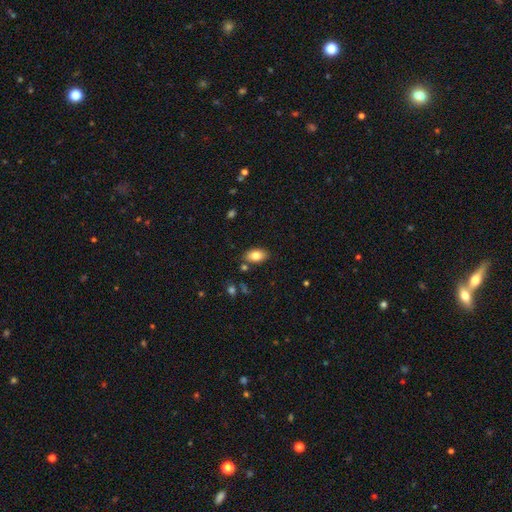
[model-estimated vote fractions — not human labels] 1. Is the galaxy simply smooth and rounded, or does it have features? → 80% smooth, 12% featured or disk, 8% star or artifact.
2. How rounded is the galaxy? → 92% in between, 6% round, 2% cigar-shaped.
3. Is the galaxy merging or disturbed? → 83% none, 11% minor disturbance, 4% merger, 2% major disturbance.